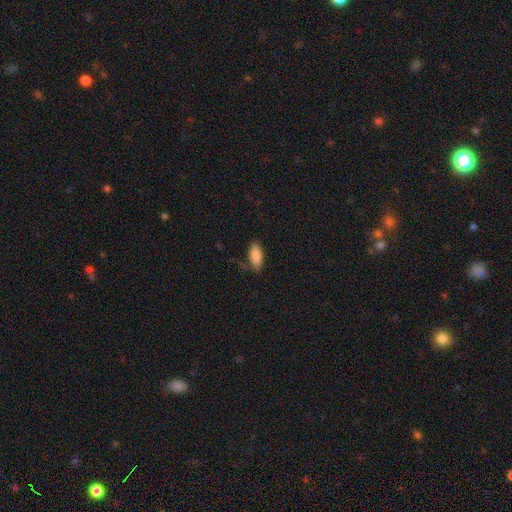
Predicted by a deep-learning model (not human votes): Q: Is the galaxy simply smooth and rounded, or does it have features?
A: smooth — 88%.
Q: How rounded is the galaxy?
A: in between — 84%.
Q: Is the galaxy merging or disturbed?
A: none — 77%.